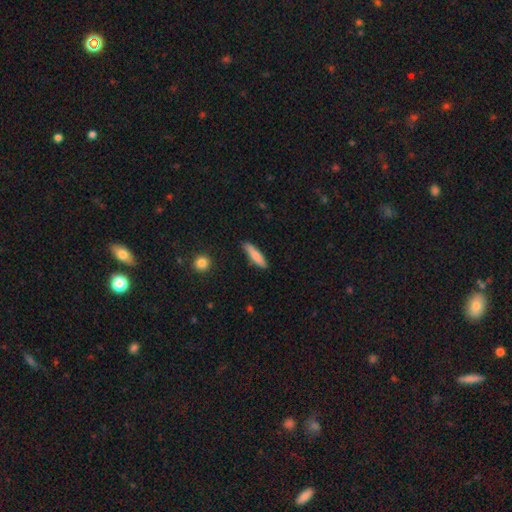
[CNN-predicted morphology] This appears to be a smooth galaxy with no disk features (80%) that is cigar-shaped (79%). Merging: none (84%).